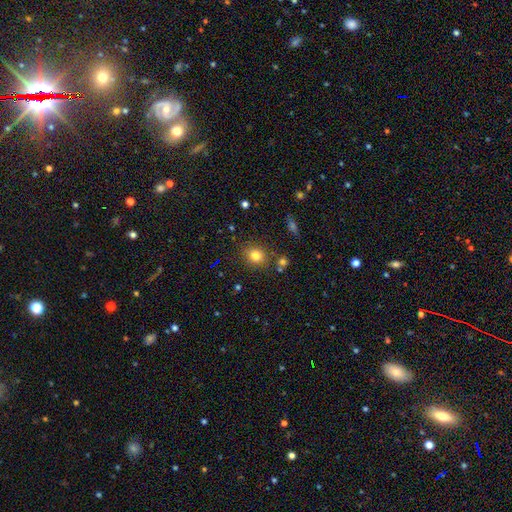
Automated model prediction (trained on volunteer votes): Smooth or featured? smooth (79%)
How rounded? round (71%)
Merging? none (83%)